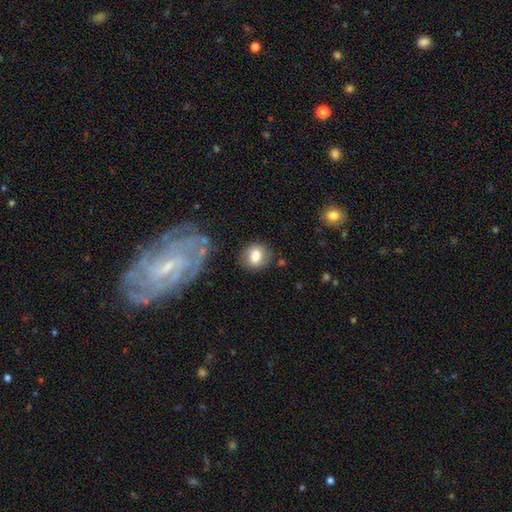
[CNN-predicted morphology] Q: Smooth or featured?
A: smooth (79%); runner-up: featured or disk (14%)
Q: How rounded?
A: round (72%); runner-up: in between (27%)
Q: Merging?
A: none (79%); runner-up: minor disturbance (13%)